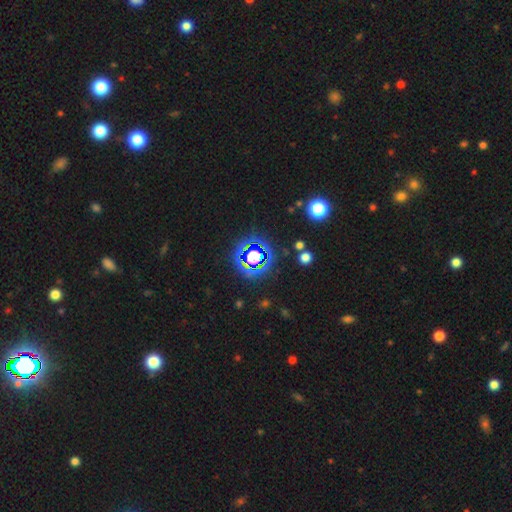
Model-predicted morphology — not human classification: This appears to be a star or artifact, not a galaxy (69%).